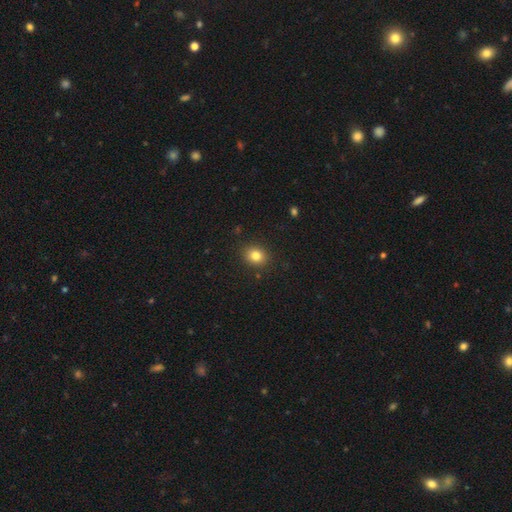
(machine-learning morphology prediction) smooth-or-featured: smooth: 82% | star or artifact: 11% | featured or disk: 7%
  how-rounded: round: 63% | in between: 36% | cigar-shaped: 1%
  merging: none: 88% | minor disturbance: 8% | major disturbance: 2% | merger: 1%